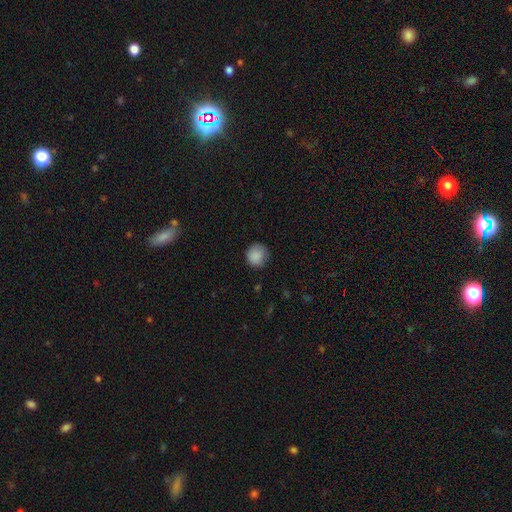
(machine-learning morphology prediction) This is clearly a smooth galaxy (88%). How rounded: clearly round (90%). Merging: clearly none (82%).